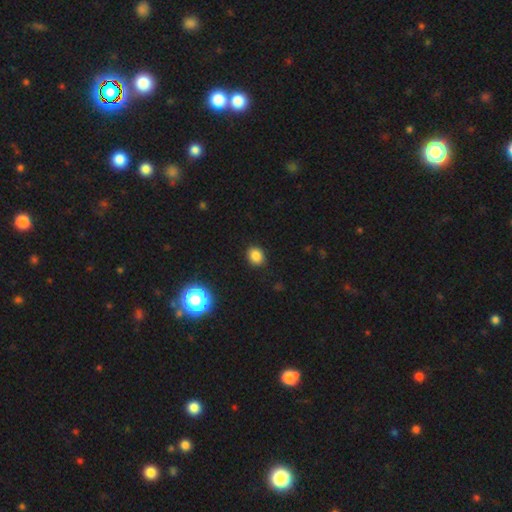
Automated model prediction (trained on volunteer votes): Overall: smooth (82%). How rounded: round (67%; in between 32%). Merging: none (90%).